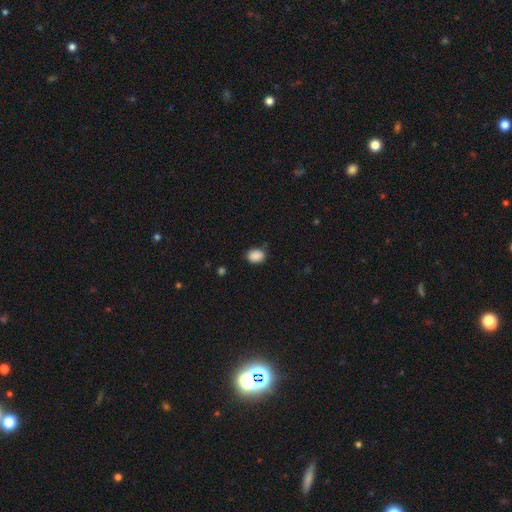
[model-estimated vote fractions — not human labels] Smooth or featured: smooth — 89% (star or artifact — 9%)
How rounded: in between — 70% (round — 29%)
Merging: none — 81% (minor disturbance — 14%)